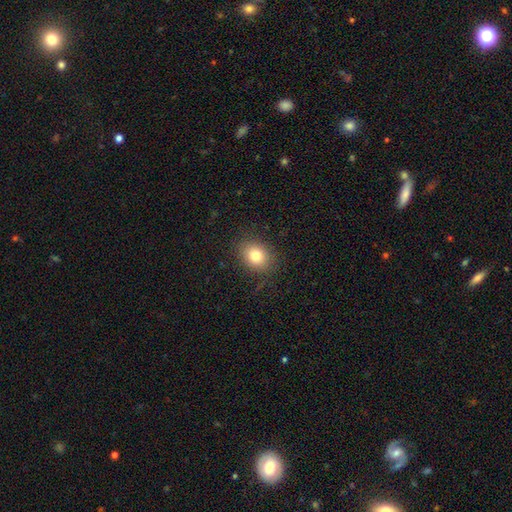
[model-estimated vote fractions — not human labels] smooth-or-featured: smooth: 80% | star or artifact: 11% | featured or disk: 9%
  how-rounded: round: 53% | in between: 46% | cigar-shaped: 1%
  merging: none: 85% | minor disturbance: 10% | major disturbance: 4% | merger: 1%